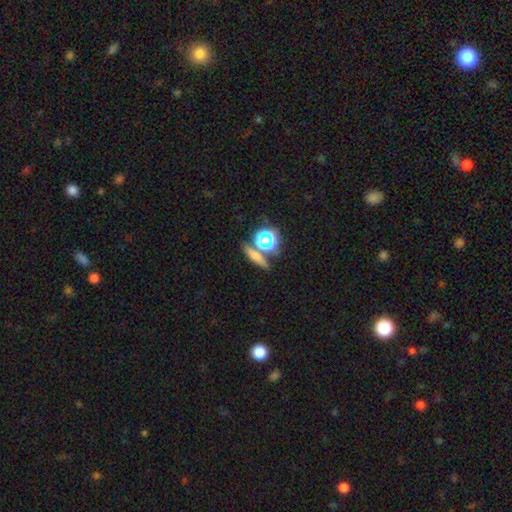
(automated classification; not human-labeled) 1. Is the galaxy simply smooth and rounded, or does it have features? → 60% smooth, 21% featured or disk, 19% star or artifact.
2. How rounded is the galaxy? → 44% cigar-shaped, 35% round, 21% in between.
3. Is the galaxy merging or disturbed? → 70% none, 17% merger, 9% minor disturbance, 4% major disturbance.